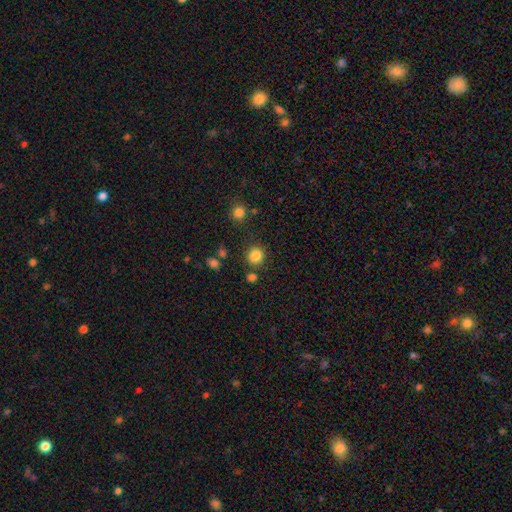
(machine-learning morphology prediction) Smooth or featured? smooth (84%)
How rounded? round (88%)
Merging? none (81%)